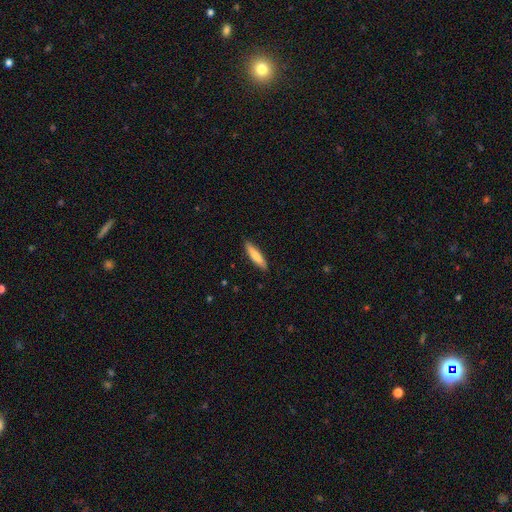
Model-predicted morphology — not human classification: Overall: smooth (78%). How rounded: cigar-shaped (81%). Merging: none (88%).